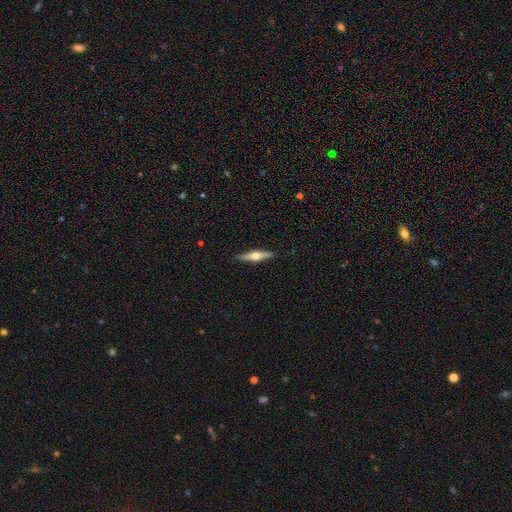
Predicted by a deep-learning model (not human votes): Smooth or featured: featured or disk — 63% (smooth — 32%)
Edge-on disk: yes — 97% (no — 3%)
Edge-on bulge: rounded — 93% (boxy — 5%)
Merging: none — 90% (minor disturbance — 7%)